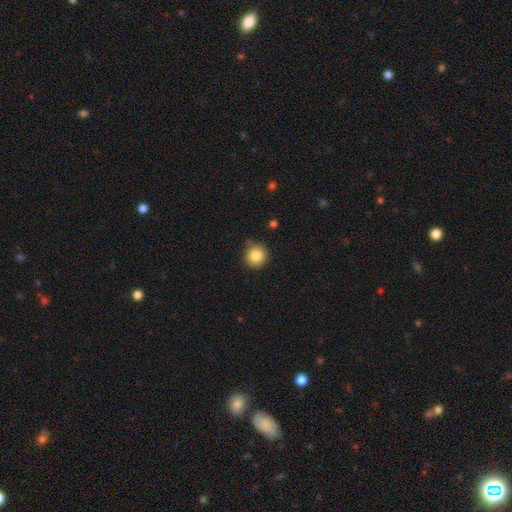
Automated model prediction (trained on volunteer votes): Smooth or featured? smooth (86%)
How rounded? round (91%)
Merging? none (83%)